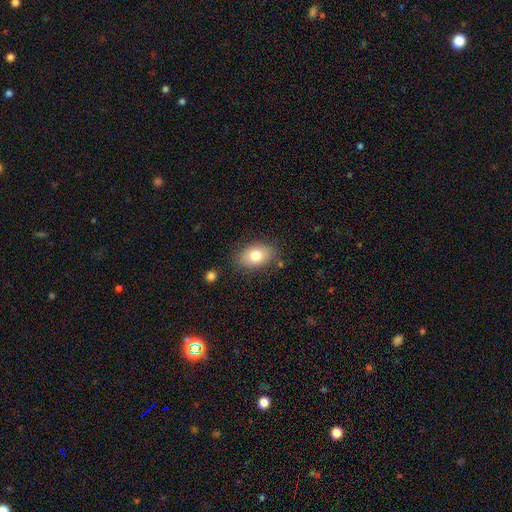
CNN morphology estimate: Overall: smooth (78%). How rounded: in between (86%). Merging: none (82%).